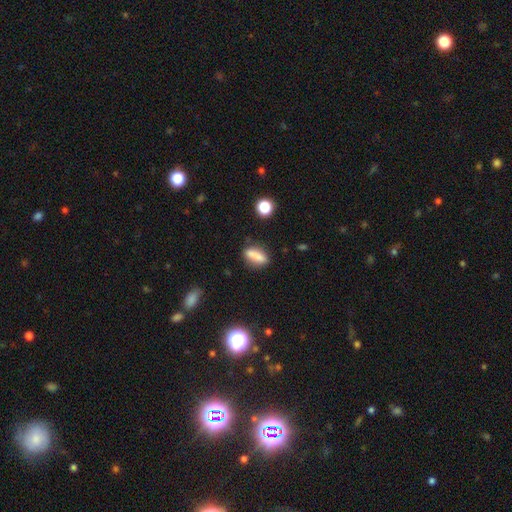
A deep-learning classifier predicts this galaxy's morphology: smooth-or-featured: smooth: 78% | featured or disk: 13% | star or artifact: 9%
  how-rounded: in between: 51% | cigar-shaped: 43% | round: 5%
  merging: none: 78% | minor disturbance: 14% | merger: 4% | major disturbance: 4%